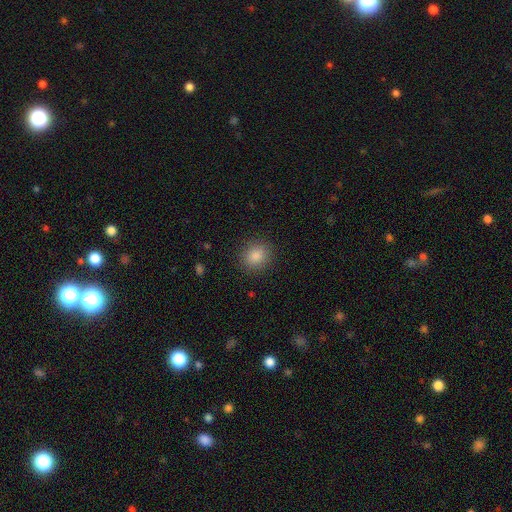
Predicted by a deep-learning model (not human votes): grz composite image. It shows a smooth galaxy with no disk features (84%) that is round (77%). Merging: none (89%).